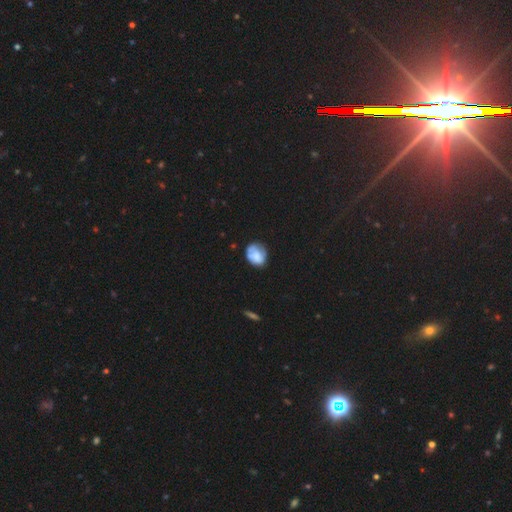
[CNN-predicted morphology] smooth-or-featured: smooth: 62% | featured or disk: 30% | star or artifact: 9%
  how-rounded: round: 55% | in between: 44% | cigar-shaped: 1%
  merging: none: 55% | minor disturbance: 30% | major disturbance: 11% | merger: 3%